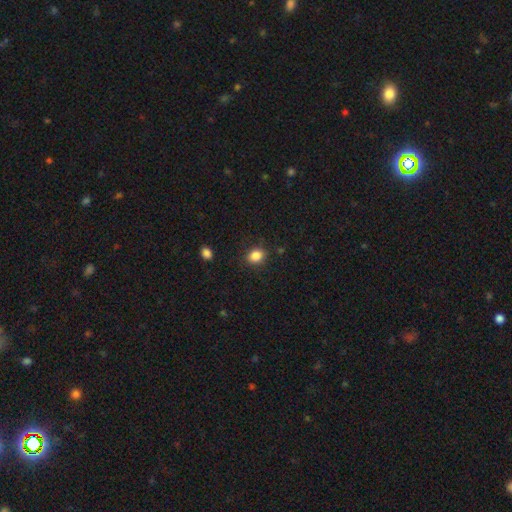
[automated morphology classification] Q: Smooth or featured?
A: smooth (86%); runner-up: star or artifact (10%)
Q: How rounded?
A: round (56%); runner-up: in between (43%)
Q: Merging?
A: none (86%); runner-up: minor disturbance (10%)